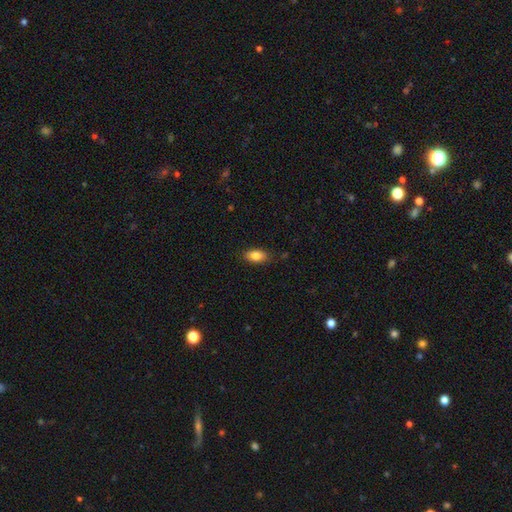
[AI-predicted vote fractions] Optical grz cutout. It shows a smooth galaxy with no disk features (84%) that is in between round and cigar-shaped (88%). Merging: none (82%).